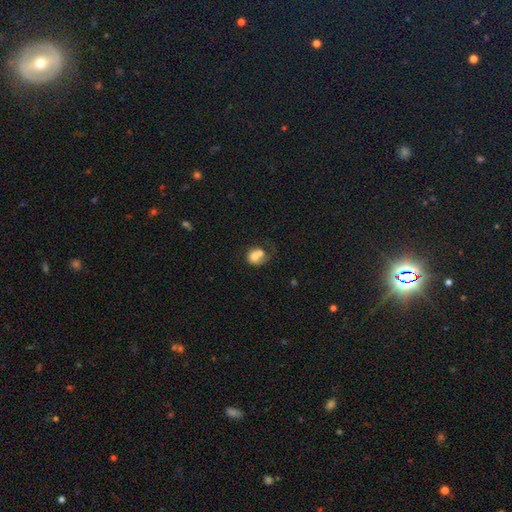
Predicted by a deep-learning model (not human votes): Smooth or featured? Predicted: smooth (p=0.64). How rounded? Predicted: round (p=0.58). Merging? Predicted: merger (p=0.53).